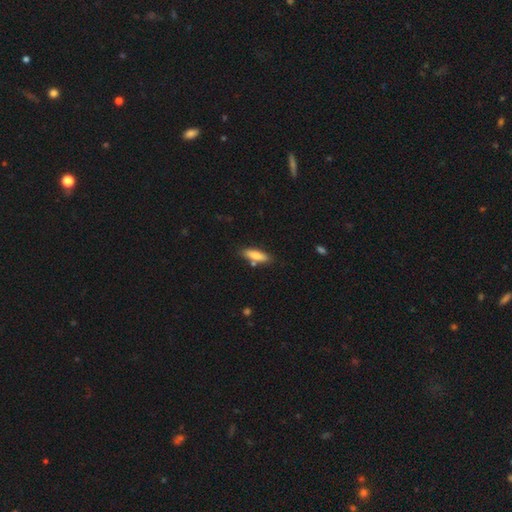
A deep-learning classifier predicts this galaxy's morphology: smooth-or-featured: smooth: 74% | featured or disk: 19% | star or artifact: 6%
  how-rounded: cigar-shaped: 53% | in between: 45% | round: 2%
  merging: none: 78% | minor disturbance: 13% | merger: 7% | major disturbance: 2%